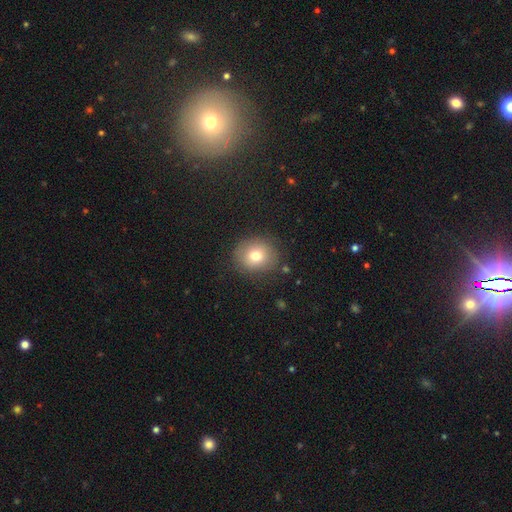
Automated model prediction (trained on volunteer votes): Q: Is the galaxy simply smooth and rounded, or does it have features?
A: smooth — 74%.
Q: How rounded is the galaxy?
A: round — 78%.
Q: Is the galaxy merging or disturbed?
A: none — 84%.